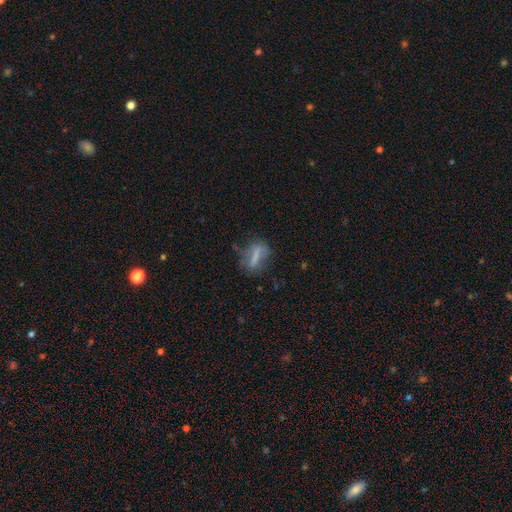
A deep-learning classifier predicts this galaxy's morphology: Smooth or featured: smooth — 55% (featured or disk — 33%)
How rounded: cigar-shaped — 48% (in between — 43%)
Merging: none — 60% (minor disturbance — 22%)